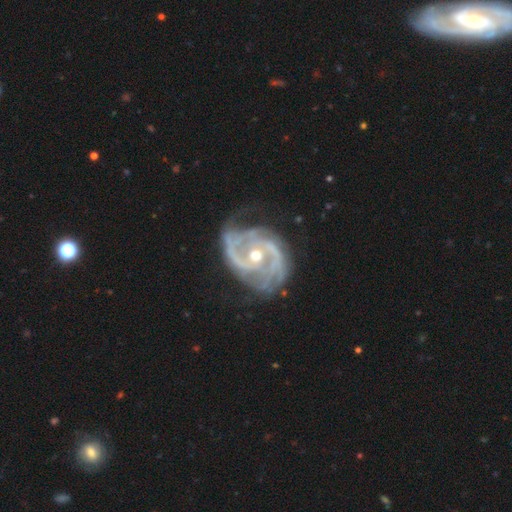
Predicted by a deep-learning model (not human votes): This appears to be a featured or disk galaxy (92%) with no bar (56%), 2 (53%) tight (46%) spiral arms (97%) and a moderate central bulge (71%). Merging: none (62%).